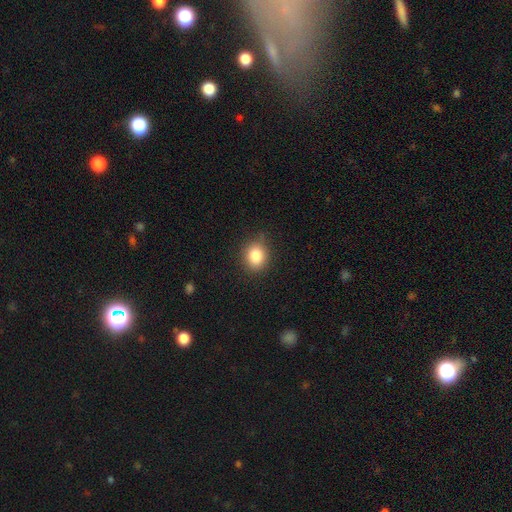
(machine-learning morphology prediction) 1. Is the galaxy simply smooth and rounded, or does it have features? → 83% smooth, 11% star or artifact, 6% featured or disk.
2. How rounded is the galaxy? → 65% round, 34% in between, 1% cigar-shaped.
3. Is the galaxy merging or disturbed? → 80% none, 15% minor disturbance, 3% major disturbance, 1% merger.